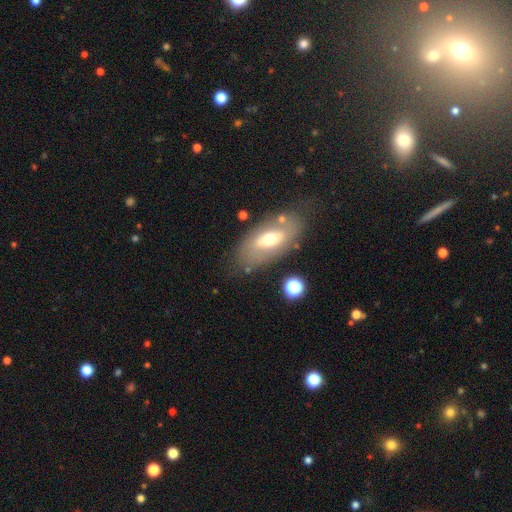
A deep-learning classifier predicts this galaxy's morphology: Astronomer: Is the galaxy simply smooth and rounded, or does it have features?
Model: featured or disk — 51% (runner-up: smooth, 40%).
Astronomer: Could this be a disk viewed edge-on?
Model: no — 81%.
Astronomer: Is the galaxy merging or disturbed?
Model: none — 73%.